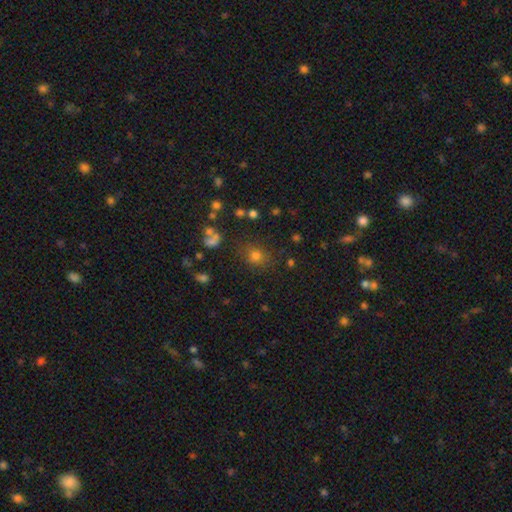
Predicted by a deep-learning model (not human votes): Smooth or featured? smooth (71%)
How rounded? round (75%)
Merging? none (80%)